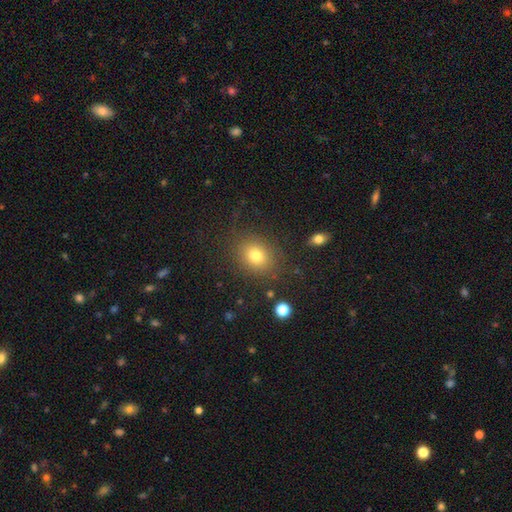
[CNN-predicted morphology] This appears to be a smooth galaxy with no disk features (77%) that is round (56%). Merging: none (82%).